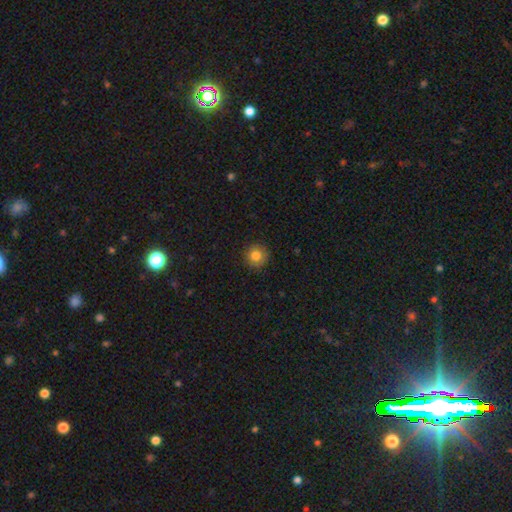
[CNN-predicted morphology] A smooth galaxy with no disk features (82%) that is round (94%). Merging: none (90%).